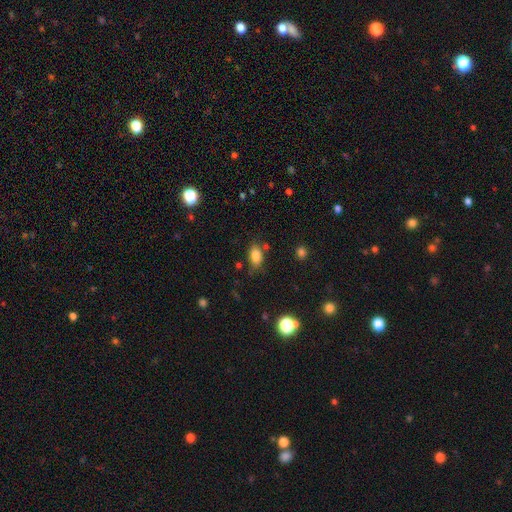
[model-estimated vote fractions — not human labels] A smooth galaxy with no disk features (83%) that is in between round and cigar-shaped (87%).

Vote fractions:
- Smooth or featured? smooth: 83% / star or artifact: 10% / featured or disk: 7%
- How rounded? in between: 87% / round: 10% / cigar-shaped: 3%
- Merging? none: 71% / minor disturbance: 18% / merger: 6% / major disturbance: 5%